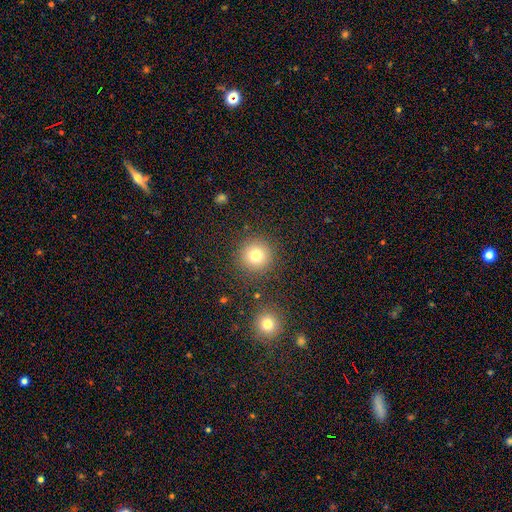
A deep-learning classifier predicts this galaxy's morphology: A smooth galaxy with no disk features (77%) that is round (95%).

Vote fractions:
- Smooth or featured? smooth: 77% / star or artifact: 14% / featured or disk: 9%
- How rounded? round: 95% / in between: 4% / cigar-shaped: 1%
- Merging? none: 88% / minor disturbance: 6% / major disturbance: 3% / merger: 3%